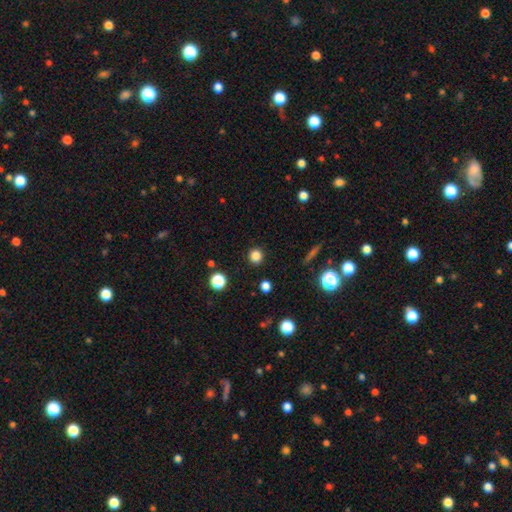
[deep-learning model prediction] Smooth or featured? smooth (83%)
How rounded? round (93%)
Merging? none (91%)